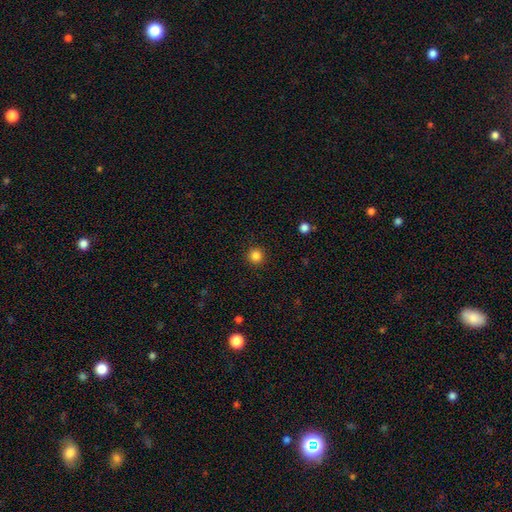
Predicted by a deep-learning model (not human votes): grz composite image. It shows a smooth galaxy with no disk features (85%) that is round (95%). Merging: none (92%).